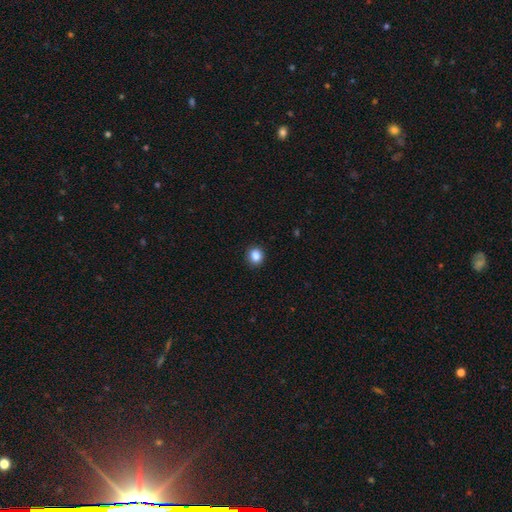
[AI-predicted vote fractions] Smooth or featured: smooth — 87% (star or artifact — 10%)
How rounded: round — 81% (in between — 18%)
Merging: none — 90% (minor disturbance — 7%)